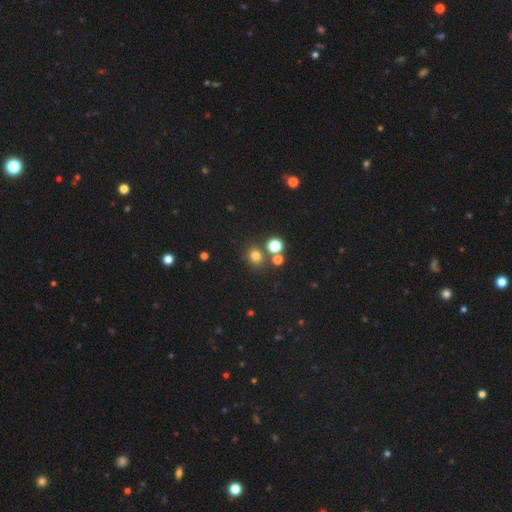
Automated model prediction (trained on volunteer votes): Smooth or featured? Predicted: smooth (p=0.74). How rounded? Predicted: round (p=0.80). Merging? Predicted: none (p=0.75).